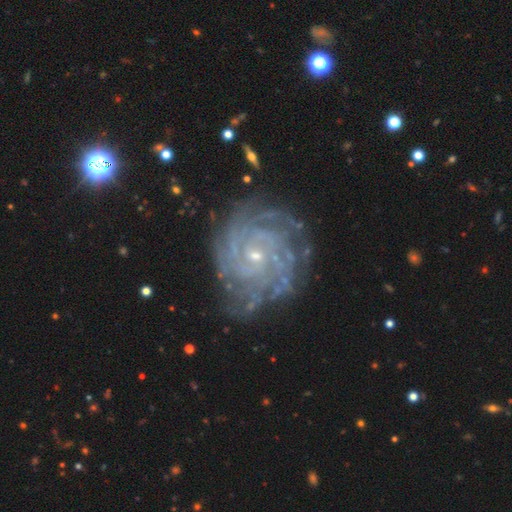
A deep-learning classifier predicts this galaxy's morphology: This is clearly a featured or disk galaxy (89%). It is clearly not viewed edge-on (98%). Bar: likely no (67%). Spiral arm pattern: clearly yes (98%). Spiral arm count: marginally can't tell (26%). Spiral winding: likely tight (80%). Central bulge: likely small (79%). Merging: likely none (76%).